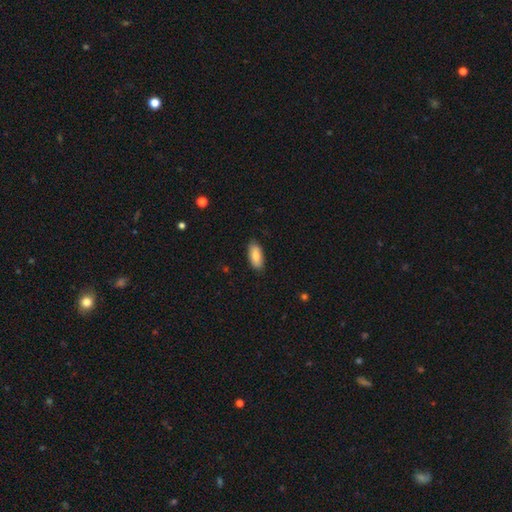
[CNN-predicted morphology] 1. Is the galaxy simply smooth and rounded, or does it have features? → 82% smooth, 12% featured or disk, 6% star or artifact.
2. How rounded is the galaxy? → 87% in between, 11% cigar-shaped, 2% round.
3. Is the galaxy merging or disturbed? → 84% none, 13% minor disturbance, 2% major disturbance, 1% merger.